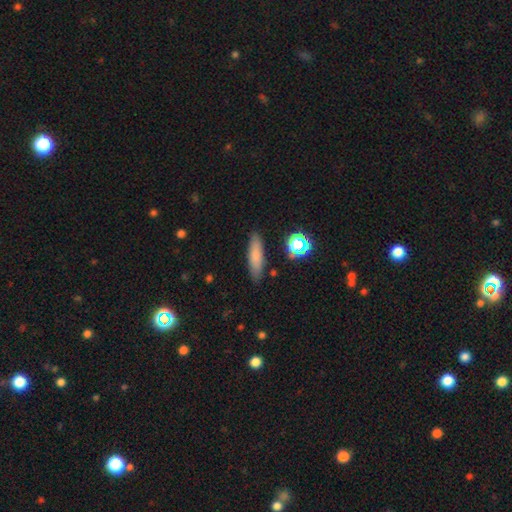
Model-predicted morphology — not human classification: The model was most divided on "how rounded": cigar-shaped: 60%, in between: 37%, round: 3%. More confident: merging — none (85%); smooth or featured — smooth (77%).